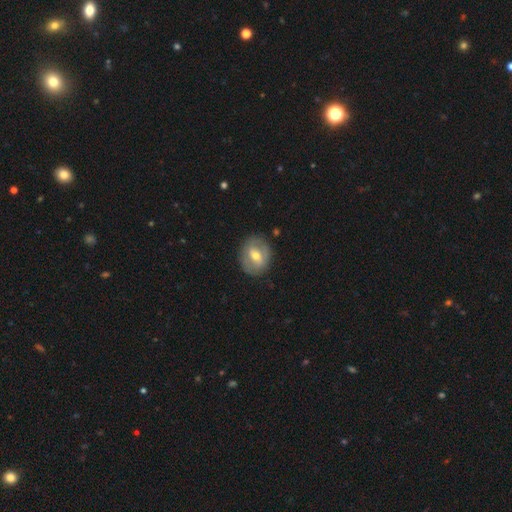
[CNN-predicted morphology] This is possibly a featured or disk galaxy (53%). It is clearly not viewed edge-on (94%). Bar: possibly weak (46%). Spiral arm pattern: likely no (65%). Central bulge: likely moderate (67%). Merging: clearly none (82%).